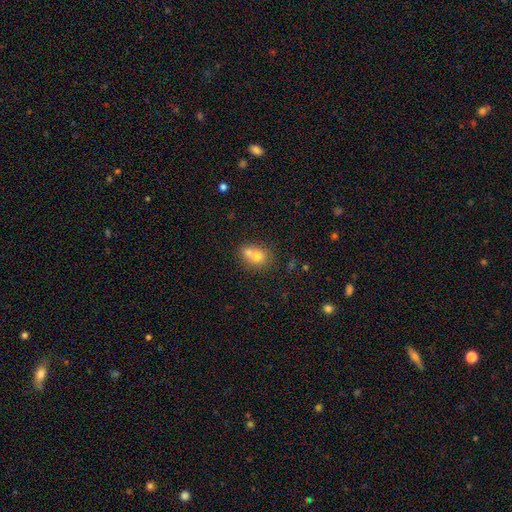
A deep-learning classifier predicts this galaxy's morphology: Smooth or featured: smooth — 71% (featured or disk — 18%)
How rounded: round — 60% (in between — 39%)
Merging: merger — 54% (none — 34%)